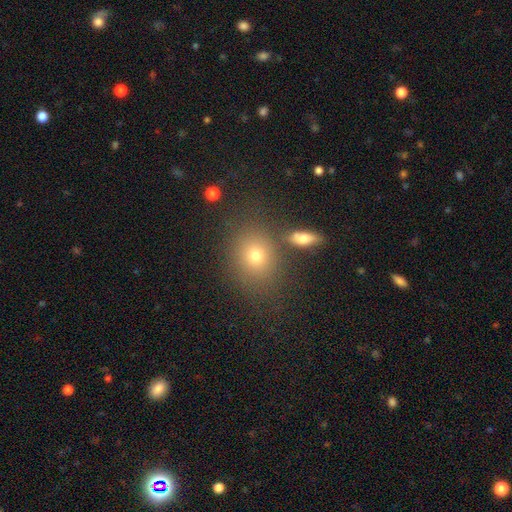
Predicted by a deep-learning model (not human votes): This is likely a smooth galaxy (72%). How rounded: likely round (61%). Merging: likely none (74%).